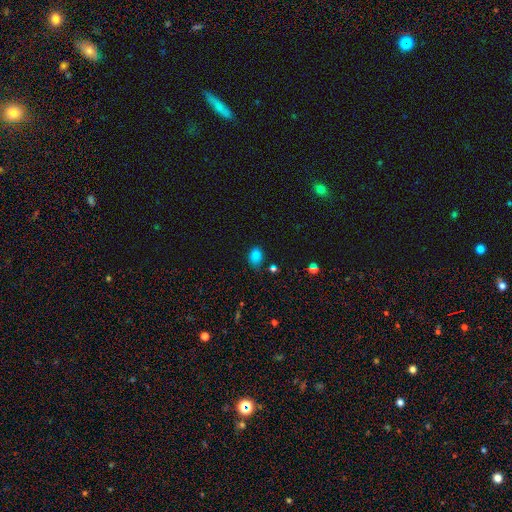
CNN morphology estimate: A smooth galaxy with no disk features (83%) that is in between round and cigar-shaped (71%). Merging: none (70%).